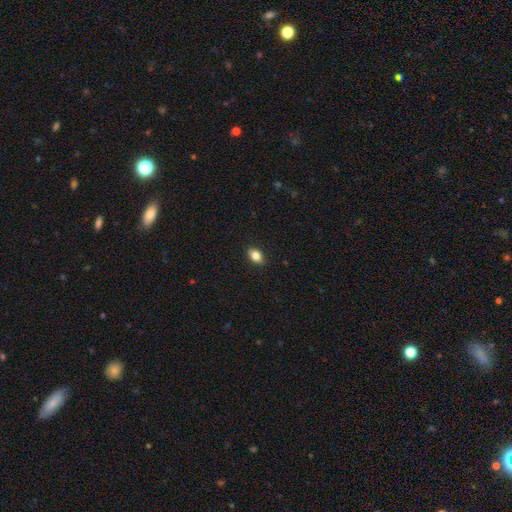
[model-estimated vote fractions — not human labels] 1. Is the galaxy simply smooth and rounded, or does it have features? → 84% smooth, 9% star or artifact, 7% featured or disk.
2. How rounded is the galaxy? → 82% in between, 15% round, 2% cigar-shaped.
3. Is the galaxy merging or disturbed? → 89% none, 8% minor disturbance, 2% major disturbance, 1% merger.